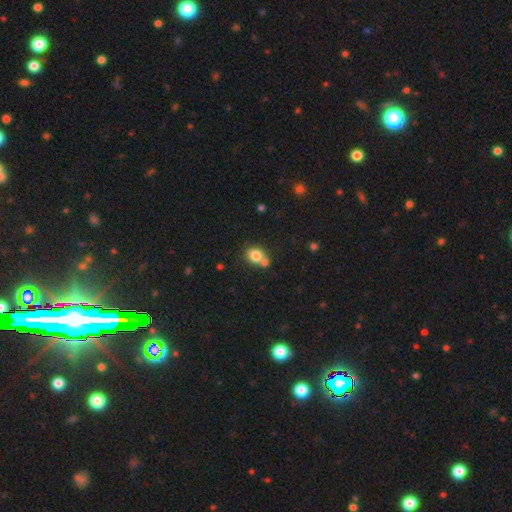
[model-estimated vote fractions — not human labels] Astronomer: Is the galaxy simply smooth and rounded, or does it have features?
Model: smooth — 79%.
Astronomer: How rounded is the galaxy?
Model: round — 59% (runner-up: in between, 40%).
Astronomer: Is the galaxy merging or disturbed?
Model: none — 45% (runner-up: merger, 38%).